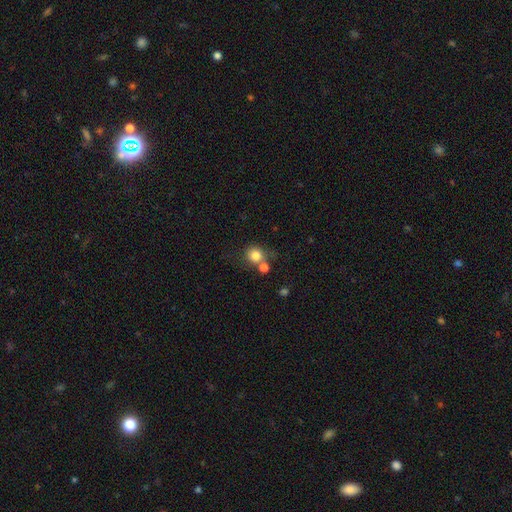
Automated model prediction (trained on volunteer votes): The model was most divided on "merging": none: 60%, merger: 24%, minor disturbance: 11%, major disturbance: 4%. More confident: how rounded — round (88%); smooth or featured — smooth (81%).